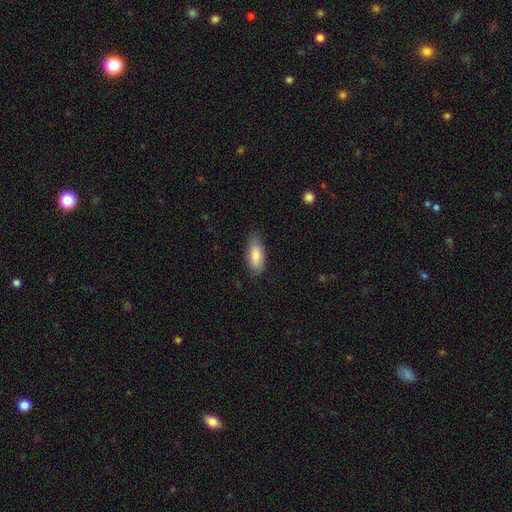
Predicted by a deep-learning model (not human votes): Smooth or featured?
  - smooth: 82% *
  - featured or disk: 12%
  - star or artifact: 6%
How rounded?
  - in between: 84% *
  - cigar-shaped: 14%
  - round: 2%
Merging?
  - none: 81% *
  - minor disturbance: 15%
  - major disturbance: 3%
  - merger: 1%